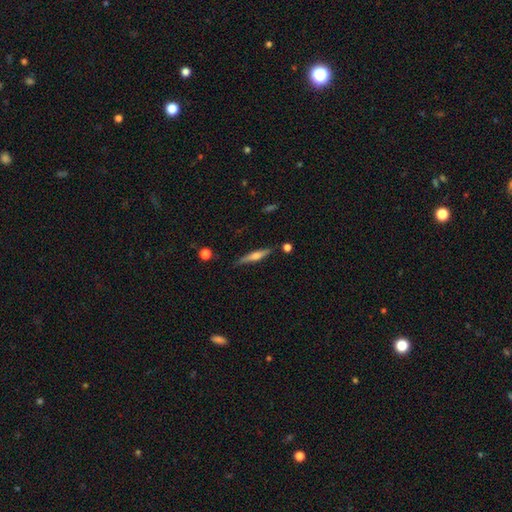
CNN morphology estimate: smooth-or-featured: featured or disk: 53% | smooth: 40% | star or artifact: 6%
  disk-edge-on: yes: 96% | no: 4%
    edge-on-bulge: rounded: 79% | boxy: 11% | none: 10%
  merging: none: 81% | minor disturbance: 13% | merger: 3% | major disturbance: 3%